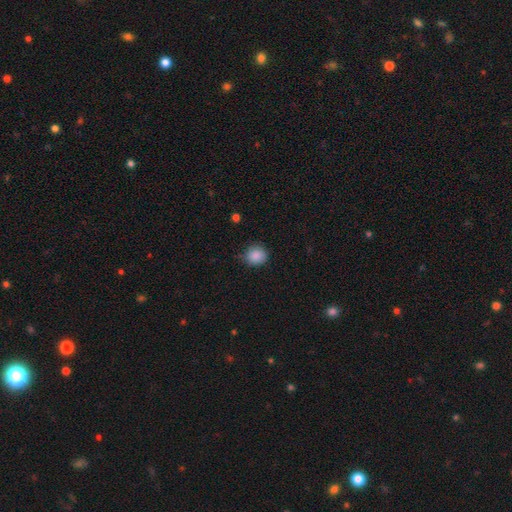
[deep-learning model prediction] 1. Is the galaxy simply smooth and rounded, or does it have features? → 88% smooth, 9% star or artifact, 3% featured or disk.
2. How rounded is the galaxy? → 86% round, 13% in between, 1% cigar-shaped.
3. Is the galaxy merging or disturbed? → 79% none, 17% minor disturbance, 3% major disturbance, 1% merger.